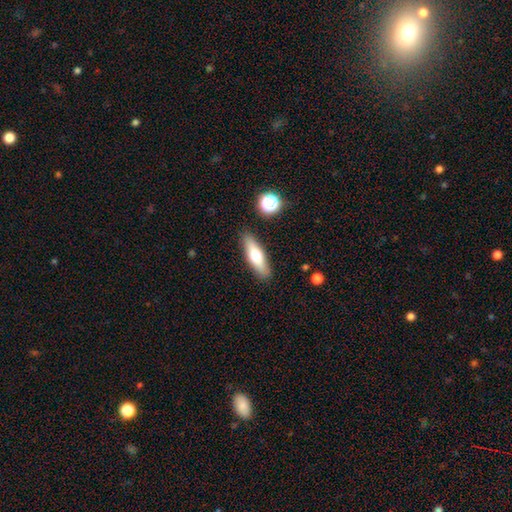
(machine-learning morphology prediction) Smooth or featured?
  - smooth: 63% *
  - featured or disk: 31%
  - star or artifact: 7%
How rounded?
  - cigar-shaped: 58% *
  - in between: 39%
  - round: 3%
Merging?
  - none: 87% *
  - minor disturbance: 8%
  - merger: 2%
  - major disturbance: 2%